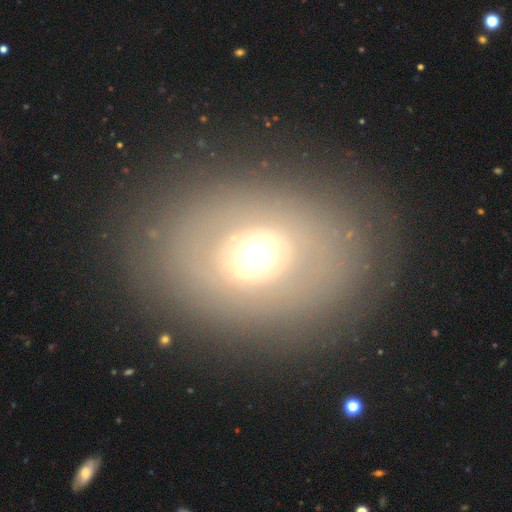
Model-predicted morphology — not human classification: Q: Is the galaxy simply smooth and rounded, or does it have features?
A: featured or disk — 48%.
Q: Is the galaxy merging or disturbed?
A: none — 83%.